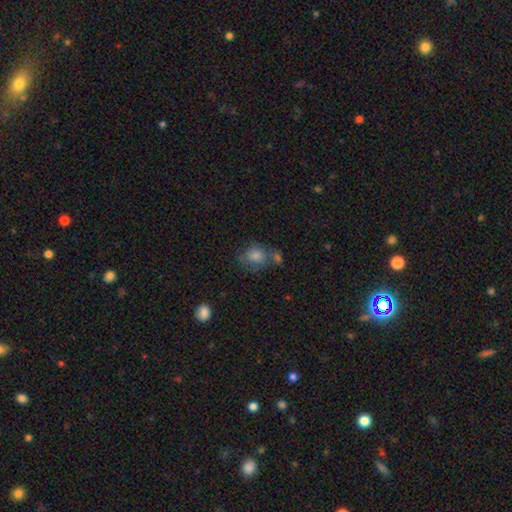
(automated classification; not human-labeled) Smooth or featured?
  - smooth: 66% *
  - featured or disk: 21%
  - star or artifact: 14%
How rounded?
  - round: 66% *
  - in between: 32%
  - cigar-shaped: 1%
Merging?
  - none: 50% *
  - merger: 21%
  - minor disturbance: 19%
  - major disturbance: 10%